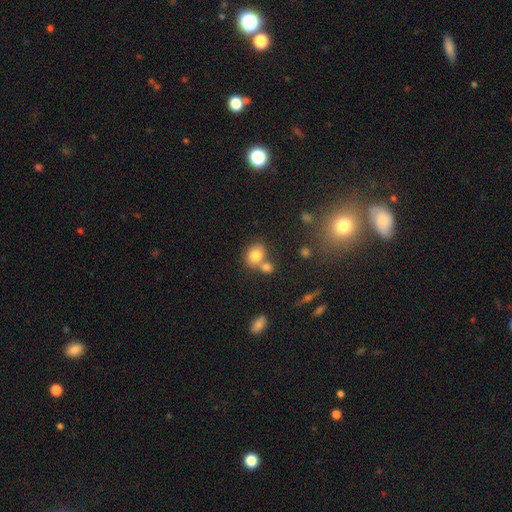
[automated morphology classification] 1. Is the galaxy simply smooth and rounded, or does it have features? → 78% smooth, 11% featured or disk, 11% star or artifact.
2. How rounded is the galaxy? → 60% round, 39% in between, 1% cigar-shaped.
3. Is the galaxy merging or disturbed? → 48% none, 37% merger, 11% minor disturbance, 4% major disturbance.